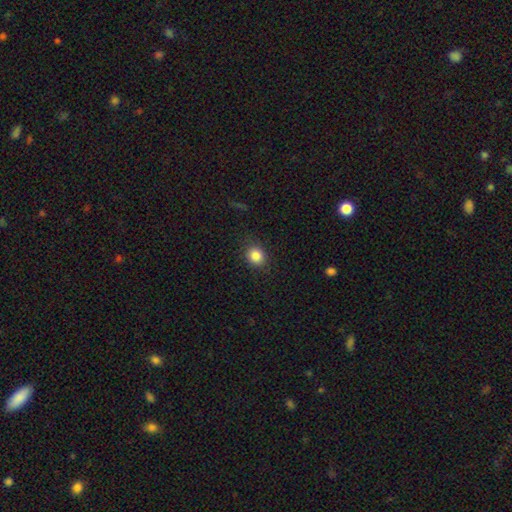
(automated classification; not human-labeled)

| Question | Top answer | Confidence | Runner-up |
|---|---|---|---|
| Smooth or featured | smooth | 85% | star or artifact (10%) |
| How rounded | round | 66% | in between (33%) |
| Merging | none | 85% | minor disturbance (11%) |